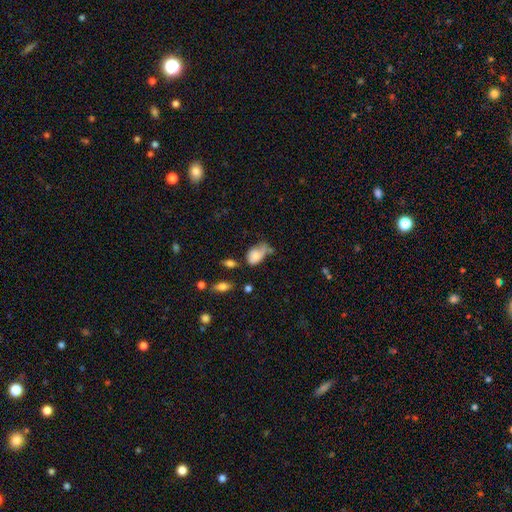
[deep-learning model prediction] This is likely a smooth galaxy (75%). How rounded: clearly in between (86%). Merging: marginally minor disturbance (33%).